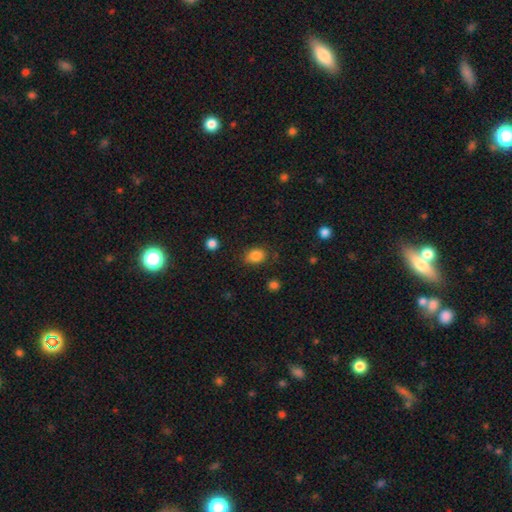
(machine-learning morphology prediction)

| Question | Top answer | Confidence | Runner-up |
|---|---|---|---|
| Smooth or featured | smooth | 85% | star or artifact (10%) |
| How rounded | in between | 57% | round (42%) |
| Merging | none | 75% | minor disturbance (18%) |